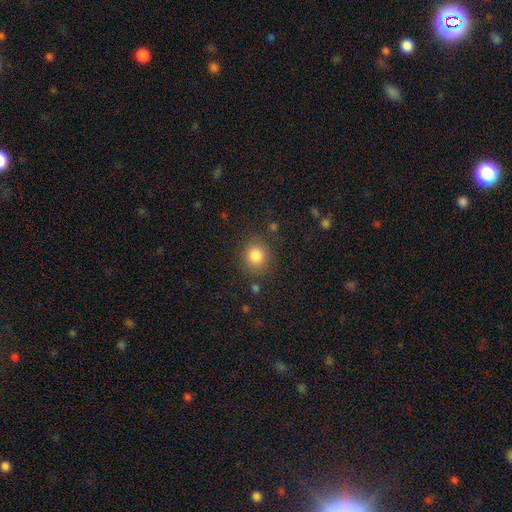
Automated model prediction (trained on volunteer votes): A smooth galaxy with no disk features (84%) that is round (82%).

Vote fractions:
- Smooth or featured? smooth: 84% / star or artifact: 11% / featured or disk: 6%
- How rounded? round: 82% / in between: 17% / cigar-shaped: 1%
- Merging? none: 83% / minor disturbance: 10% / major disturbance: 4% / merger: 3%